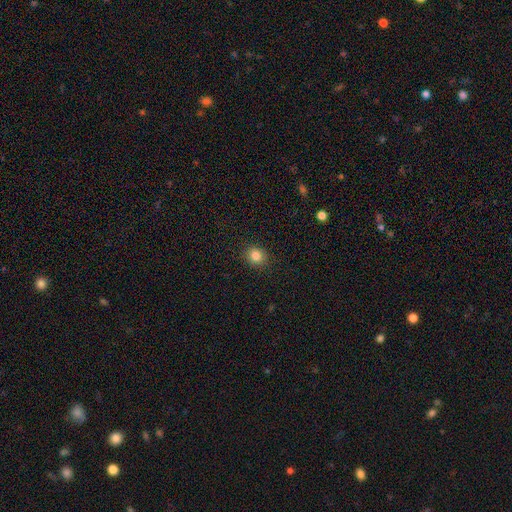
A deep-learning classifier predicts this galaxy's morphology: The model was most divided on "how rounded": round: 75%, in between: 24%, cigar-shaped: 1%. More confident: merging — none (89%); smooth or featured — smooth (84%).